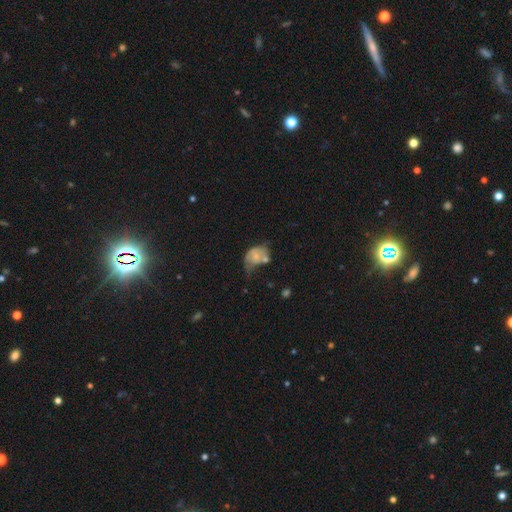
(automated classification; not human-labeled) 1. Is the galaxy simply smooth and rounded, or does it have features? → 55% smooth, 36% featured or disk, 9% star or artifact.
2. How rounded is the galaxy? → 67% in between, 32% round, 1% cigar-shaped.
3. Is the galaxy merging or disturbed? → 31% major disturbance, 27% minor disturbance, 22% merger, 21% none.